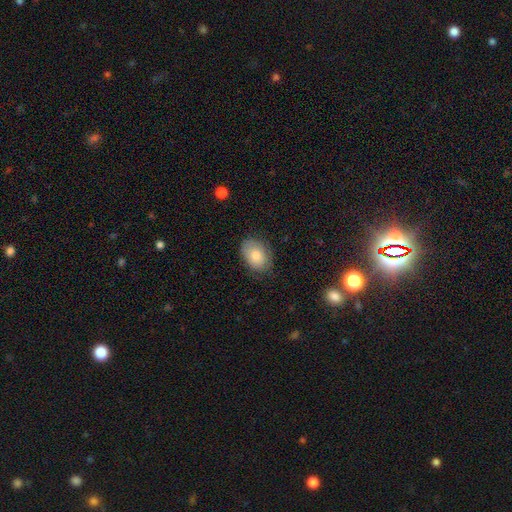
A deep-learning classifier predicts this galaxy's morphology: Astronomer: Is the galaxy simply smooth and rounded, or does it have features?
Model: smooth — 76%.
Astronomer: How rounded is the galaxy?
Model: in between — 82%.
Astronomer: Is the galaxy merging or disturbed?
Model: none — 76%.